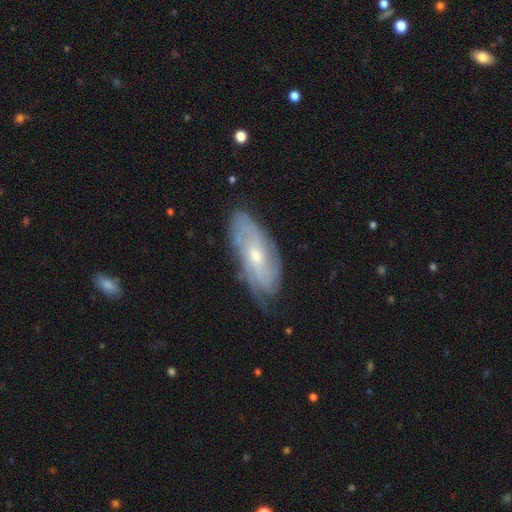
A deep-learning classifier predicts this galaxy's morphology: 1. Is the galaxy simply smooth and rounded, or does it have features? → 73% featured or disk, 20% smooth, 7% star or artifact.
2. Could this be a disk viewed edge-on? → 87% no, 13% yes.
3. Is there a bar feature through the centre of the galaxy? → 70% no, 25% weak, 5% strong.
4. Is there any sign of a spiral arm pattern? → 89% yes, 11% no.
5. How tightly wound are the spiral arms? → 64% tight, 27% medium, 9% loose.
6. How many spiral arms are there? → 54% can't tell, 18% 2, 12% 3, 8% 4, 4% 1, 4% more than 4.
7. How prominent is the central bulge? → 55% small, 41% moderate, 2% large, 1% none, 1% dominant.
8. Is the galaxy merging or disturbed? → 71% none, 21% minor disturbance, 6% major disturbance, 1% merger.